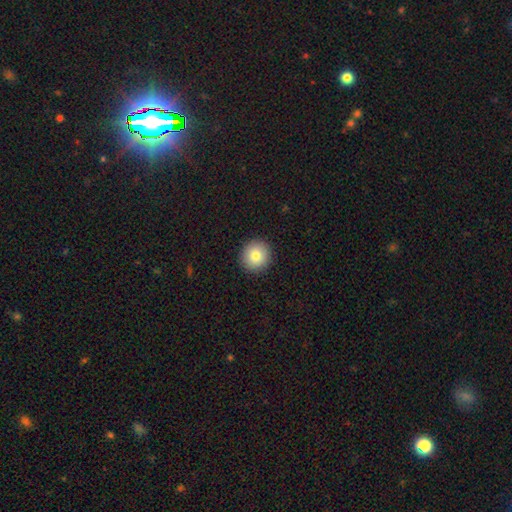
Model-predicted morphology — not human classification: smooth-or-featured: smooth: 82% | star or artifact: 9% | featured or disk: 8%
  how-rounded: round: 93% | in between: 6% | cigar-shaped: 1%
  merging: none: 92% | minor disturbance: 5% | major disturbance: 2% | merger: 1%